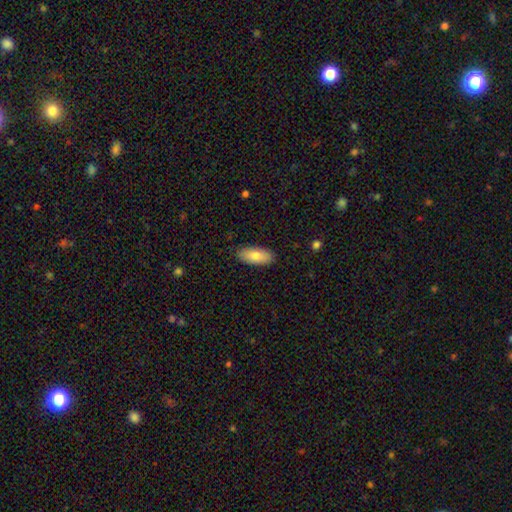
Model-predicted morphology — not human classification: Overall: smooth (81%). How rounded: in between (87%). Merging: none (89%).